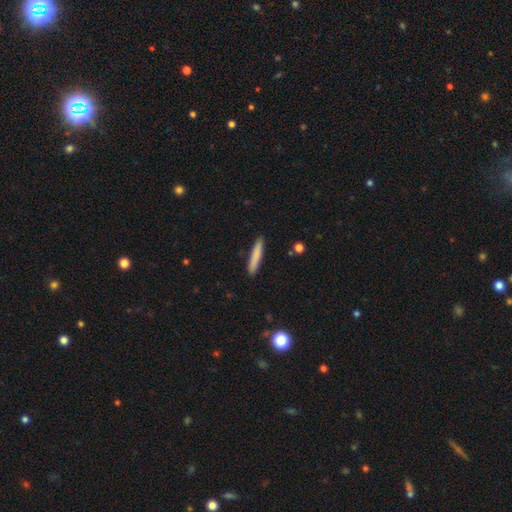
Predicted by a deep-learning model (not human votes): Smooth or featured? smooth (81%)
How rounded? cigar-shaped (93%)
Merging? none (90%)